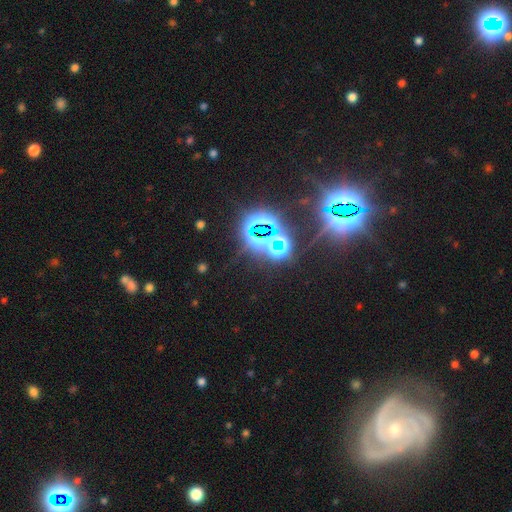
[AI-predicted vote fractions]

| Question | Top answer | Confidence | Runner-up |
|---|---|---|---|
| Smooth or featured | star or artifact | 59% | featured or disk (26%) |